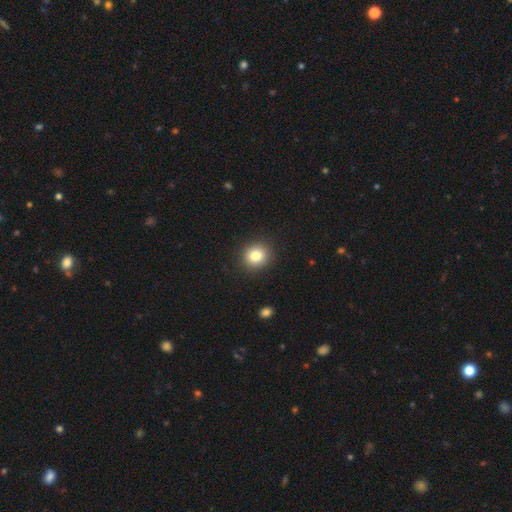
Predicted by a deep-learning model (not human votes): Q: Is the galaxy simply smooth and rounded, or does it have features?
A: smooth — 83%.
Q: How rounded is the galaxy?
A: round — 82%.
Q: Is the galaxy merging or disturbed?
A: none — 91%.